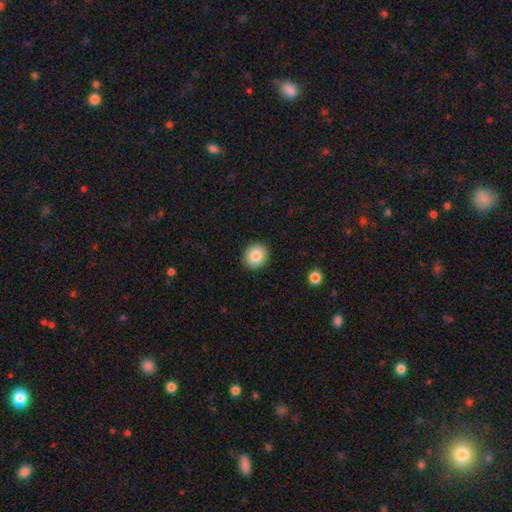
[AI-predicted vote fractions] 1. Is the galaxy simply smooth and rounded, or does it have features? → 85% smooth, 8% star or artifact, 7% featured or disk.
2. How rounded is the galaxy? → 79% round, 21% in between, 1% cigar-shaped.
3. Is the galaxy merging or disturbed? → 91% none, 6% minor disturbance, 2% major disturbance, 1% merger.